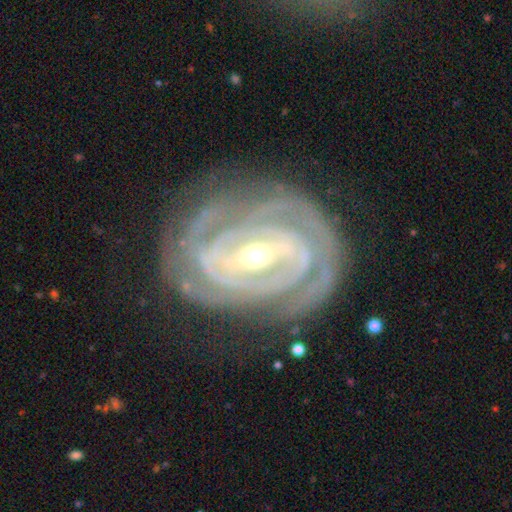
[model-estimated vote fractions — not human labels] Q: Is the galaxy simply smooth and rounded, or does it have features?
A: featured or disk — 91%.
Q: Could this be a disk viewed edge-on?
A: no — 97%.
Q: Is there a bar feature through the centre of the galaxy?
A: strong — 56%.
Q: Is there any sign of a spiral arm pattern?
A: yes — 98%.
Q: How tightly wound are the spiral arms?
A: tight — 83%.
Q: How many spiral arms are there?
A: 2 — 28%.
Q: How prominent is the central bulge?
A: small — 53%.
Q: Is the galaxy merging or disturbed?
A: none — 77%.